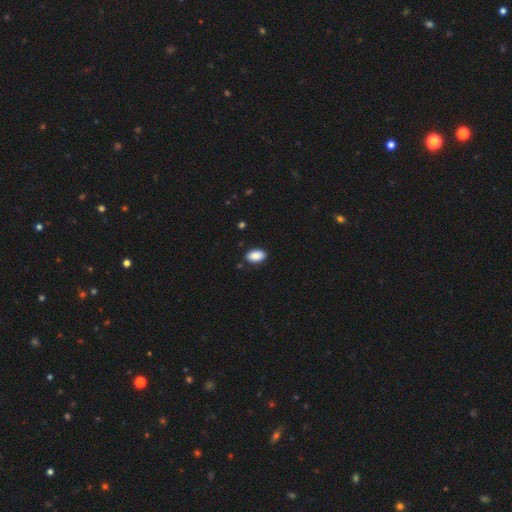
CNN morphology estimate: Smooth or featured: smooth — 89% (star or artifact — 7%)
How rounded: in between — 92% (round — 6%)
Merging: none — 87% (minor disturbance — 10%)